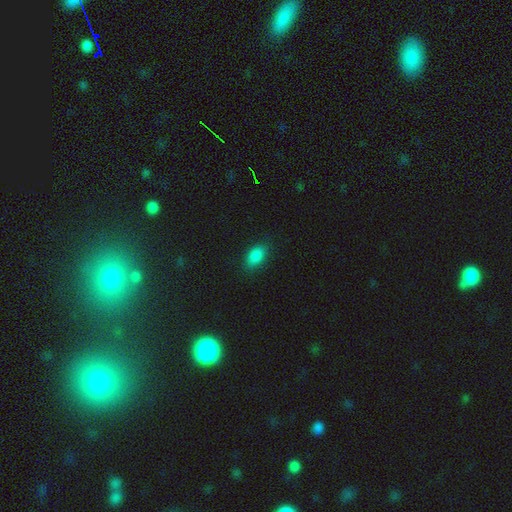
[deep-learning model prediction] Morphology: type=smooth (86%); roundness=in between (89%); merging=none (84%).